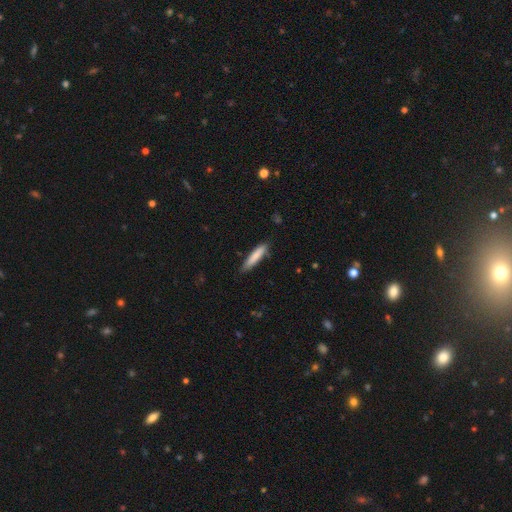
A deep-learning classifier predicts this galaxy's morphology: Smooth or featured?
  - smooth: 83% *
  - featured or disk: 11%
  - star or artifact: 6%
How rounded?
  - cigar-shaped: 85% *
  - in between: 14%
  - round: 1%
Merging?
  - none: 81% *
  - minor disturbance: 15%
  - major disturbance: 2%
  - merger: 2%